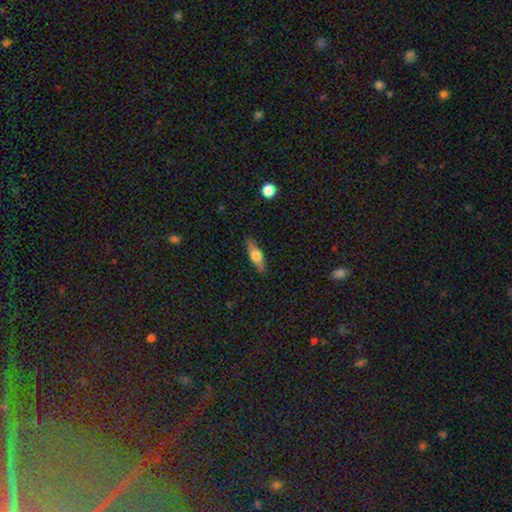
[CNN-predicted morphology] Smooth or featured? smooth (49%)
Merging? none (87%)